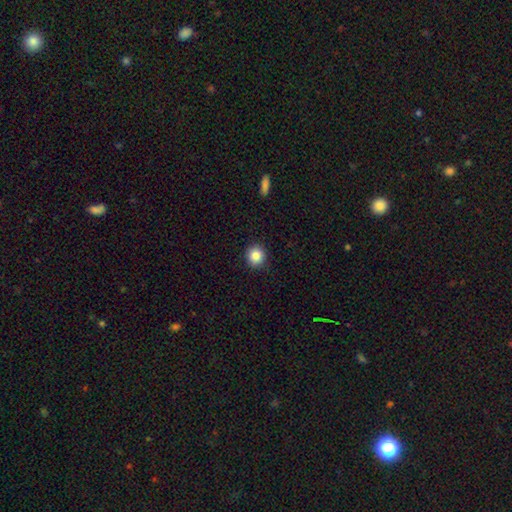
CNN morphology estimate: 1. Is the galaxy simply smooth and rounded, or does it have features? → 85% smooth, 10% star or artifact, 5% featured or disk.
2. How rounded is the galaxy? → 90% round, 9% in between, 1% cigar-shaped.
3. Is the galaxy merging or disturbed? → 91% none, 7% minor disturbance, 2% major disturbance, 1% merger.